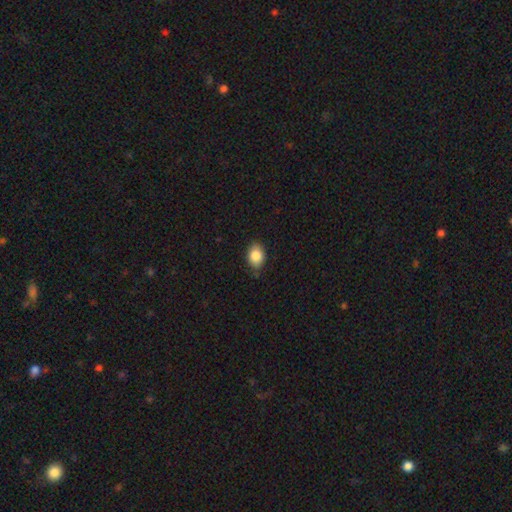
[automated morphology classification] A smooth galaxy with no disk features (85%) that is in between round and cigar-shaped (77%). Merging: none (79%).